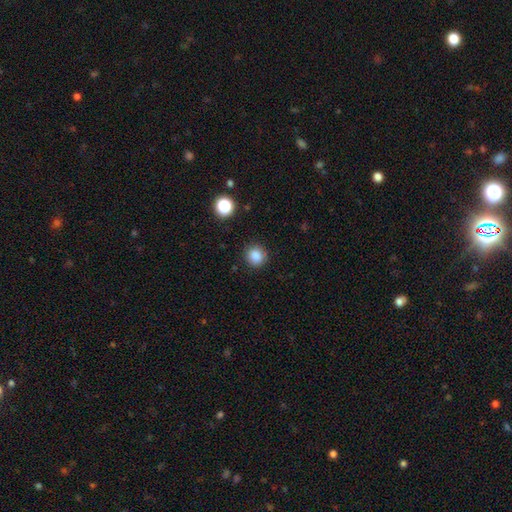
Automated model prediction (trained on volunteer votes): Overall: smooth (85%). How rounded: round (89%). Merging: none (88%).